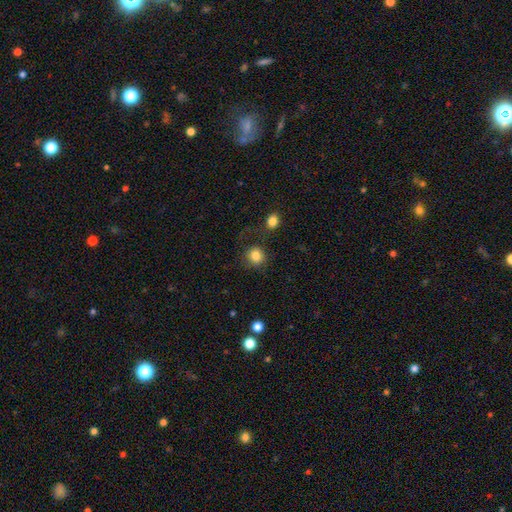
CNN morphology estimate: Smooth or featured?
  - smooth: 84% *
  - star or artifact: 10%
  - featured or disk: 6%
How rounded?
  - round: 88% *
  - in between: 11%
  - cigar-shaped: 1%
Merging?
  - none: 73% *
  - minor disturbance: 12%
  - major disturbance: 8%
  - merger: 7%